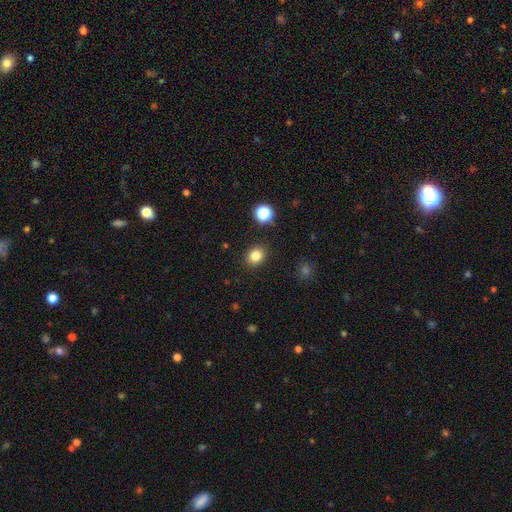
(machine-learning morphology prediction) Smooth or featured: smooth — 83% (star or artifact — 12%)
How rounded: round — 63% (in between — 36%)
Merging: none — 88% (minor disturbance — 7%)